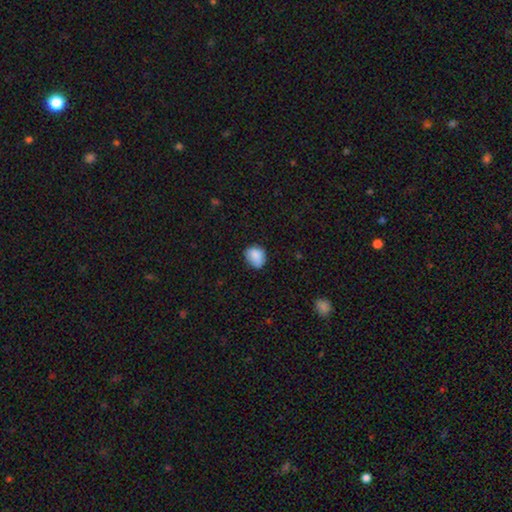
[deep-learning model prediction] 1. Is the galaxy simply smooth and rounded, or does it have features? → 86% smooth, 8% star or artifact, 6% featured or disk.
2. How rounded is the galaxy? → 50% round, 49% in between, 1% cigar-shaped.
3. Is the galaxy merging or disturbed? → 64% none, 29% minor disturbance, 5% major disturbance, 2% merger.